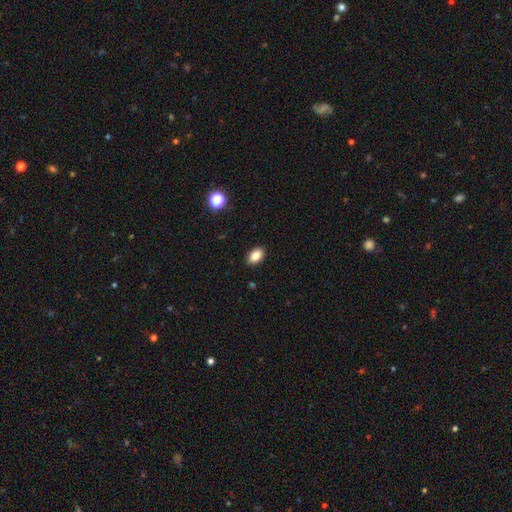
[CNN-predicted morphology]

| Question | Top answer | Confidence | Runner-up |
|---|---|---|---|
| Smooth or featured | smooth | 85% | star or artifact (9%) |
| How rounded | in between | 90% | round (8%) |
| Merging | none | 89% | minor disturbance (8%) |